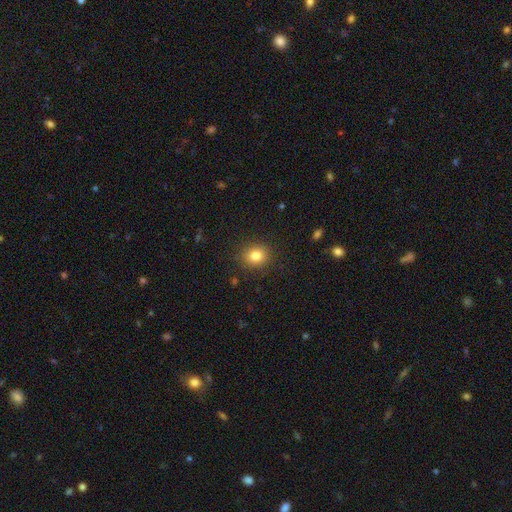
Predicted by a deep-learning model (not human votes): A smooth galaxy with no disk features (82%) that is round (74%). Merging: none (88%).